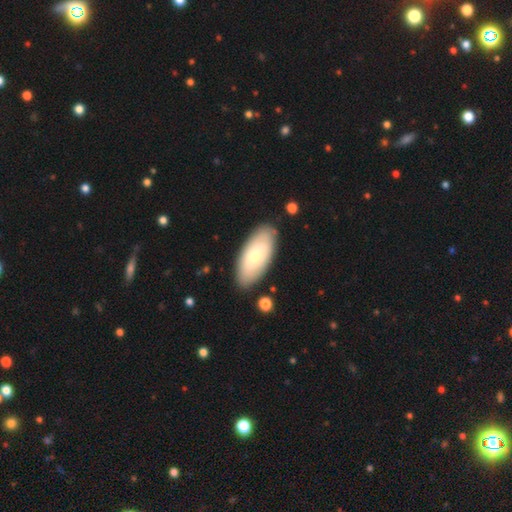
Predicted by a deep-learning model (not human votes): The model was most divided on "smooth or featured": smooth: 69%, featured or disk: 25%, star or artifact: 5%. More confident: how rounded — in between (90%); merging — none (85%).